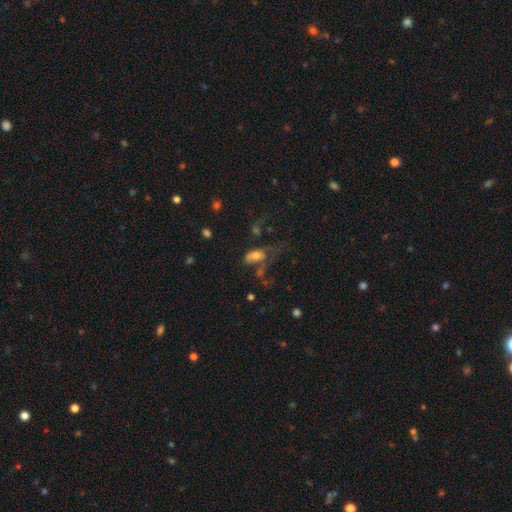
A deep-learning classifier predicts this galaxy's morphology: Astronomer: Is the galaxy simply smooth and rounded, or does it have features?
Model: smooth — 62%.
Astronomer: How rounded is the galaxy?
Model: in between — 85%.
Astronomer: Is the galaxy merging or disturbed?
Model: major disturbance — 39% (runner-up: none, 24%).